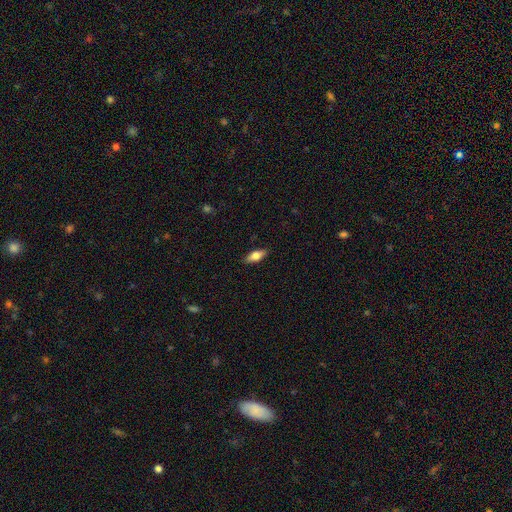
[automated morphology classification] The model was most divided on "smooth or featured": smooth: 72%, featured or disk: 22%, star or artifact: 6%. More confident: merging — none (88%); how rounded — in between (77%).